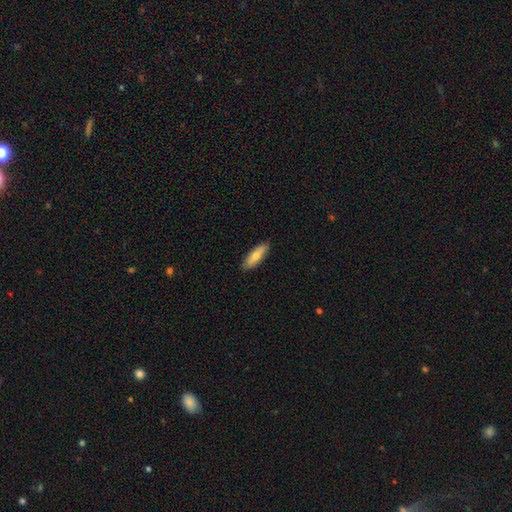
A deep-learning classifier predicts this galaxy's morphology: smooth_or_featured: smooth (p=0.77) [alt: featured or disk p=0.17]
how_rounded: cigar-shaped (p=0.50) [alt: in between p=0.48]
merging: none (p=0.88) [alt: minor disturbance p=0.09]